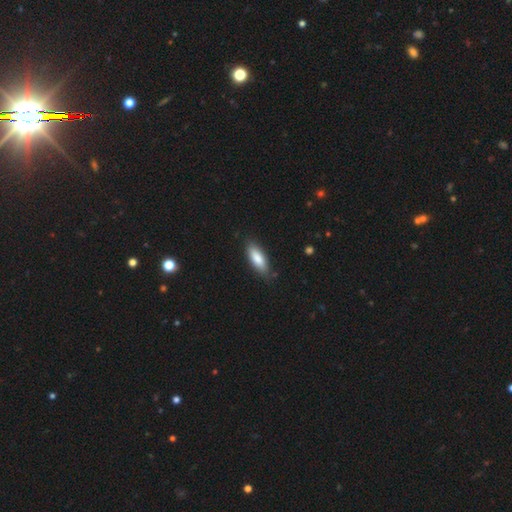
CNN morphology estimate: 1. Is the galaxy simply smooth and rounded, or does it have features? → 83% smooth, 12% featured or disk, 6% star or artifact.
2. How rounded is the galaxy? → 67% in between, 31% cigar-shaped, 2% round.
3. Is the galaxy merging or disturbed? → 82% none, 14% minor disturbance, 2% major disturbance, 1% merger.